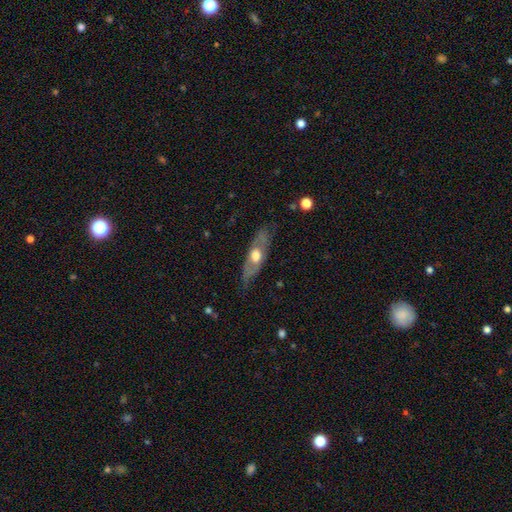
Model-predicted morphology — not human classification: Q: Smooth or featured?
A: featured or disk (59%); runner-up: smooth (36%)
Q: Edge-on disk?
A: no (55%); runner-up: yes (45%)
Q: Merging?
A: none (73%); runner-up: minor disturbance (20%)